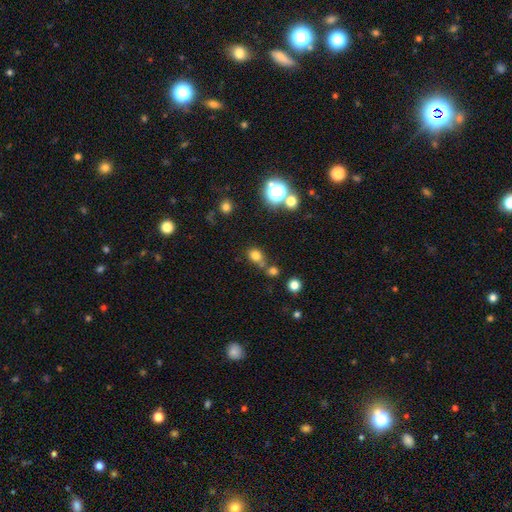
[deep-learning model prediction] Q: Smooth or featured?
A: smooth (74%); runner-up: star or artifact (18%)
Q: How rounded?
A: round (64%); runner-up: in between (34%)
Q: Merging?
A: none (57%); runner-up: merger (27%)